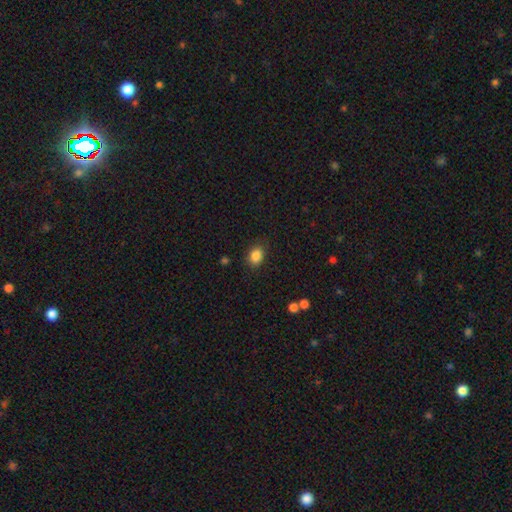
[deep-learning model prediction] Smooth or featured? Predicted: smooth (p=0.85). How rounded? Predicted: in between (p=0.65). Merging? Predicted: none (p=0.84).